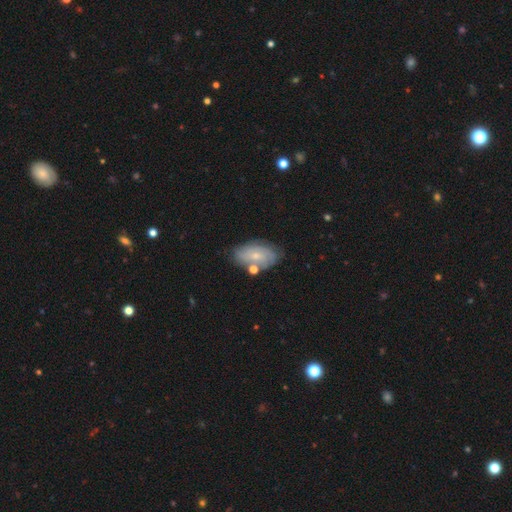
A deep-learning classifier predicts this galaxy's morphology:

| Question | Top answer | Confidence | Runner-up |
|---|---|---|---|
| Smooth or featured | featured or disk | 53% | smooth (39%) |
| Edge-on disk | no | 94% | yes (6%) |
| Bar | no | 69% | weak (26%) |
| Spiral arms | yes | 74% | no (26%) |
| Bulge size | small | 73% | moderate (21%) |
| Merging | none | 66% | minor disturbance (20%) |